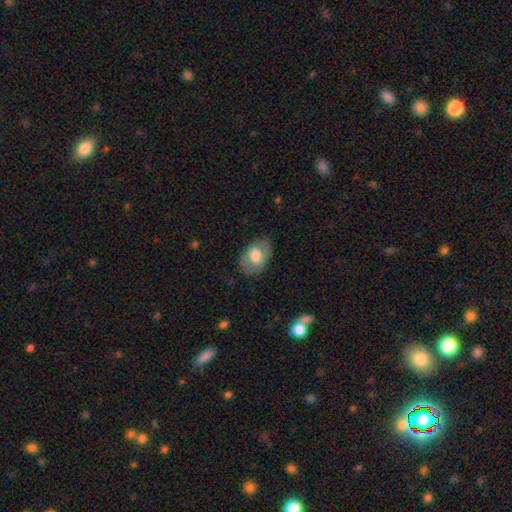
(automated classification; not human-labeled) Smooth or featured? smooth (61%)
How rounded? in between (85%)
Merging? none (76%)